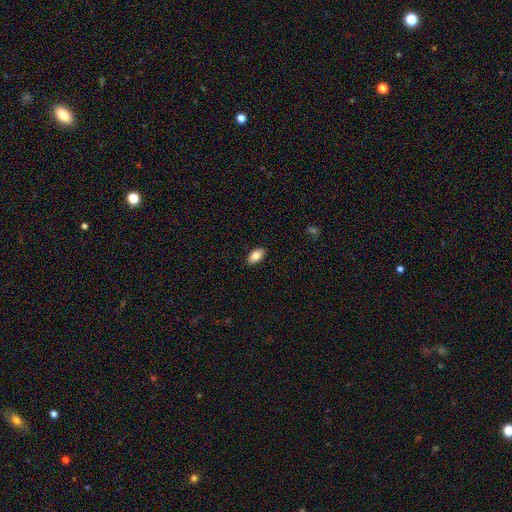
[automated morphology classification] A smooth galaxy with no disk features (86%) that is in between round and cigar-shaped (93%). Merging: none (89%).